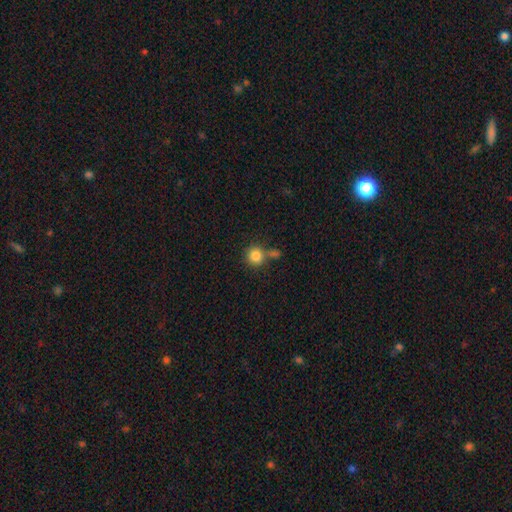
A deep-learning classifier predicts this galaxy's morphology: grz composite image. It shows a smooth galaxy with no disk features (84%) that is round (91%). Merging: none (64%).